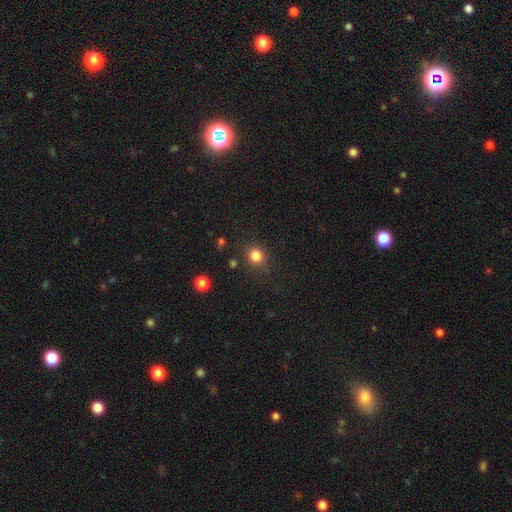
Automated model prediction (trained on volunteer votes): This appears to be a smooth galaxy with no disk features (83%) that is round (83%). Merging: none (85%).